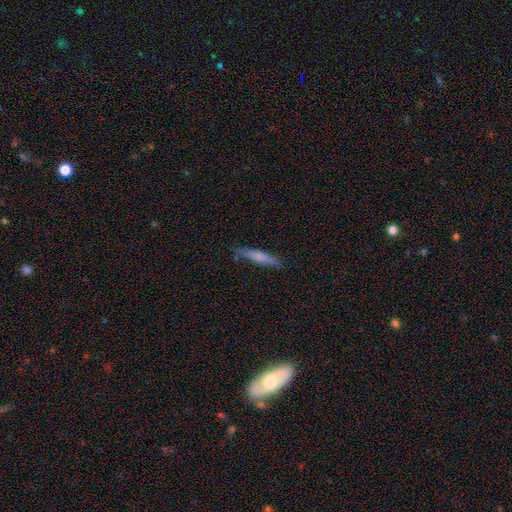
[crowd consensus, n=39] Overall: featured or disk (69%). Edge-on disk: yes (96%). Edge-on bulge: rounded (81%). Merging: none (80%).